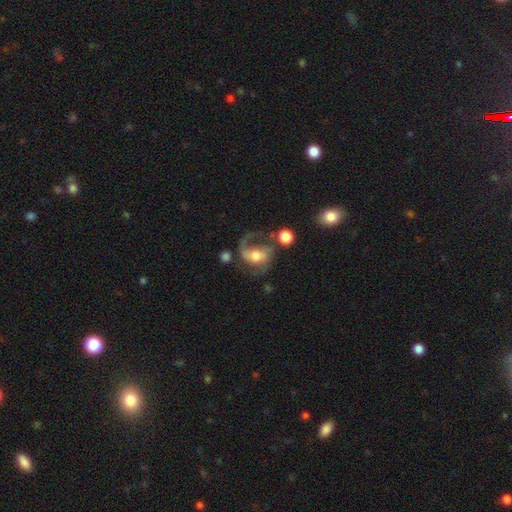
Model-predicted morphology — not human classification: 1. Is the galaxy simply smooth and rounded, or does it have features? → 80% featured or disk, 14% smooth, 7% star or artifact.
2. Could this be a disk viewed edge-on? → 98% no, 2% yes.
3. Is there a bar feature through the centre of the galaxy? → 42% weak, 36% no, 22% strong.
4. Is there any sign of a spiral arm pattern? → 93% yes, 7% no.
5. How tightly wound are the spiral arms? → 46% medium, 42% loose, 12% tight.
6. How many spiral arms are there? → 63% 2, 29% 1, 4% can't tell, 2% 3, 1% 4, 1% more than 4.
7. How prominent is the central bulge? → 64% moderate, 17% small, 15% large, 3% none, 2% dominant.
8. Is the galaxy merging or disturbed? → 45% none, 28% major disturbance, 18% minor disturbance, 9% merger.